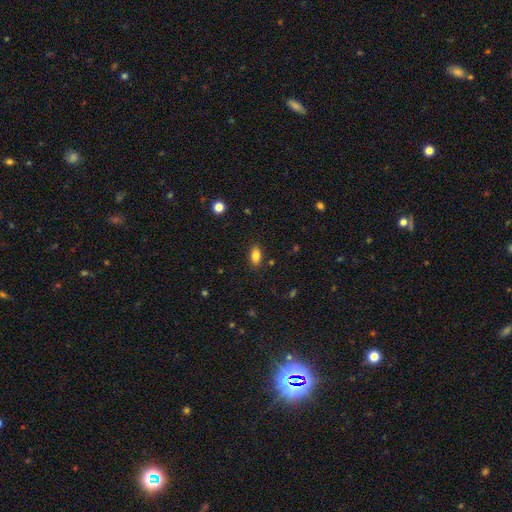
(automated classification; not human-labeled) Q: Smooth or featured?
A: smooth (84%); runner-up: star or artifact (9%)
Q: How rounded?
A: in between (89%); runner-up: cigar-shaped (6%)
Q: Merging?
A: none (87%); runner-up: minor disturbance (9%)